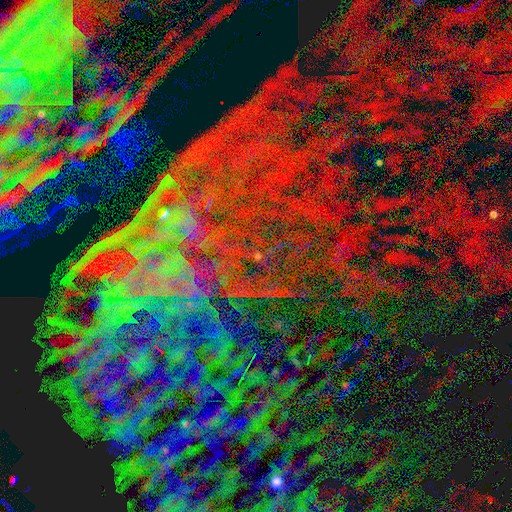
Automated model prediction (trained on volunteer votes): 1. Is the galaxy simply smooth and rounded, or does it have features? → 85% star or artifact, 8% featured or disk, 7% smooth.